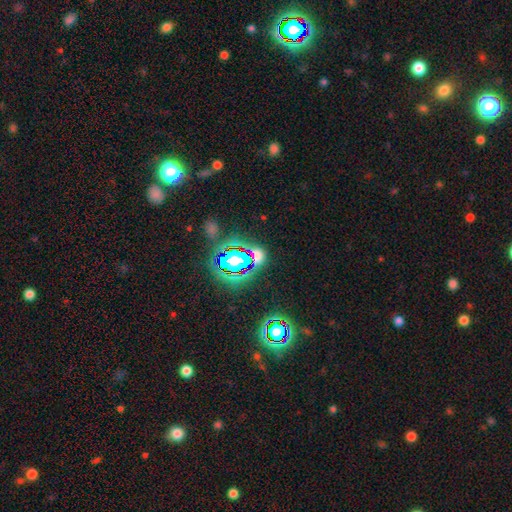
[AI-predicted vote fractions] smooth-or-featured: star or artifact: 58% | smooth: 31% | featured or disk: 11%